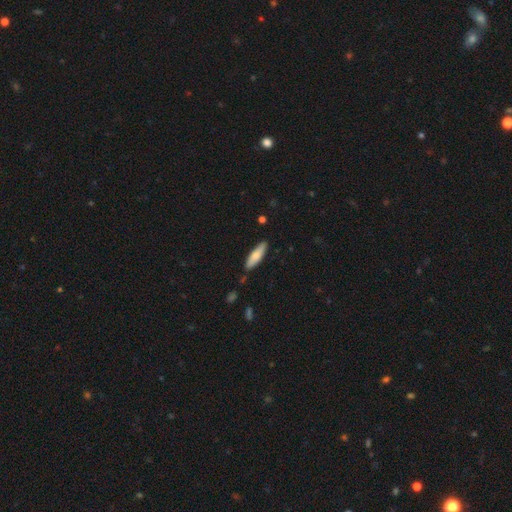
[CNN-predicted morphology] Smooth or featured? Predicted: smooth (p=0.76). How rounded? Predicted: cigar-shaped (p=0.59). Merging? Predicted: none (p=0.84).